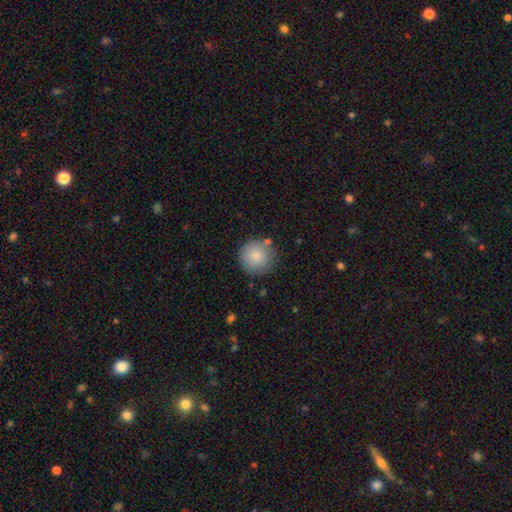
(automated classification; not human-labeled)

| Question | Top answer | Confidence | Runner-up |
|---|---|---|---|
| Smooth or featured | smooth | 85% | star or artifact (8%) |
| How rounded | round | 95% | in between (4%) |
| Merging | none | 82% | minor disturbance (11%) |